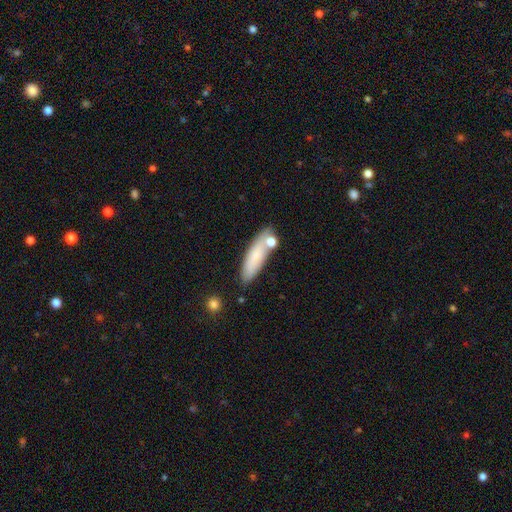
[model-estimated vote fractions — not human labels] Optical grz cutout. It shows a smooth galaxy with no disk features (74%) that is cigar-shaped (61%). Merging: none (71%).